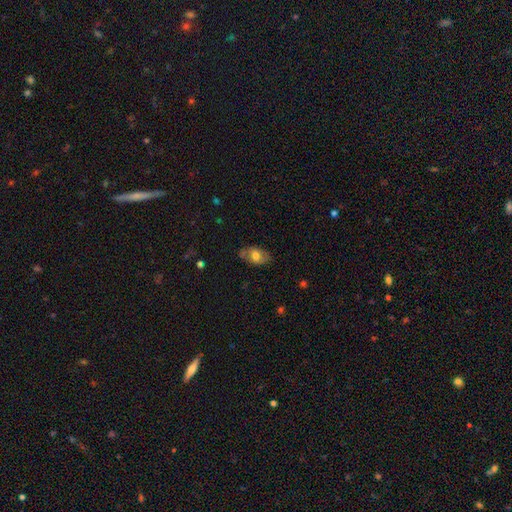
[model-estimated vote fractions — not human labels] This is likely a smooth galaxy (63%). How rounded: clearly in between (88%). Merging: likely none (66%).